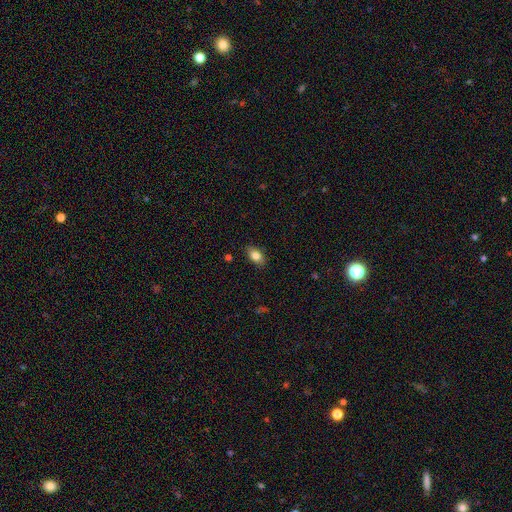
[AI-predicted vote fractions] Smooth or featured? Predicted: smooth (p=0.82). How rounded? Predicted: in between (p=0.88). Merging? Predicted: none (p=0.86).